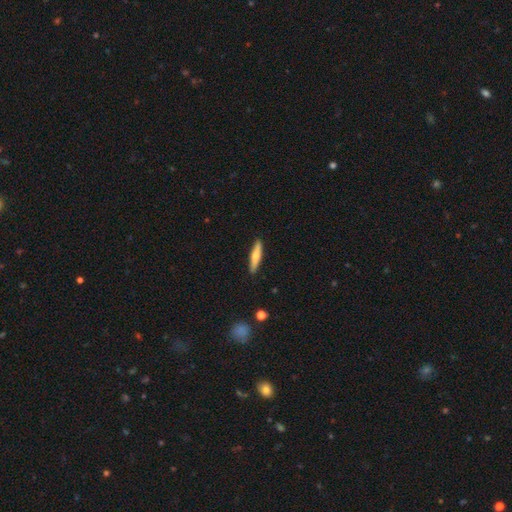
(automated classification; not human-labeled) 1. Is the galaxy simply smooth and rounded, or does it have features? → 56% smooth, 38% featured or disk, 6% star or artifact.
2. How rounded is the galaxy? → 86% cigar-shaped, 12% in between, 2% round.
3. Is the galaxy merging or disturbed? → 89% none, 8% minor disturbance, 2% major disturbance, 1% merger.